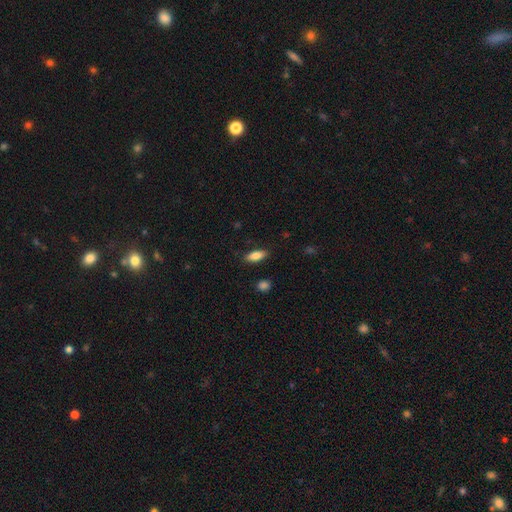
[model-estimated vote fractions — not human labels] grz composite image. It shows a smooth galaxy with no disk features (83%) that is in between round and cigar-shaped (74%). Merging: none (87%).